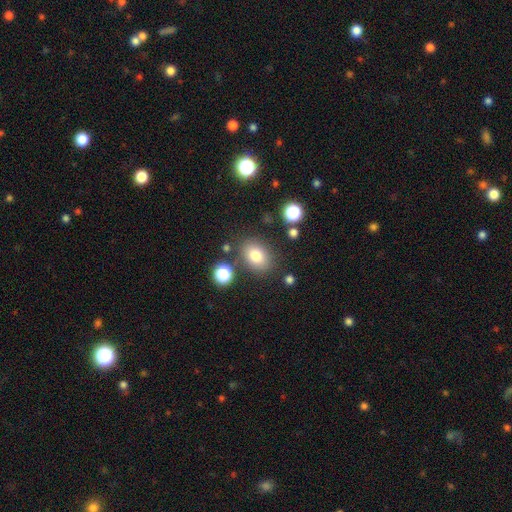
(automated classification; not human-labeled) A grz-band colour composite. It shows a smooth galaxy with no disk features (78%) that is in between round and cigar-shaped (62%). Merging: none (79%).